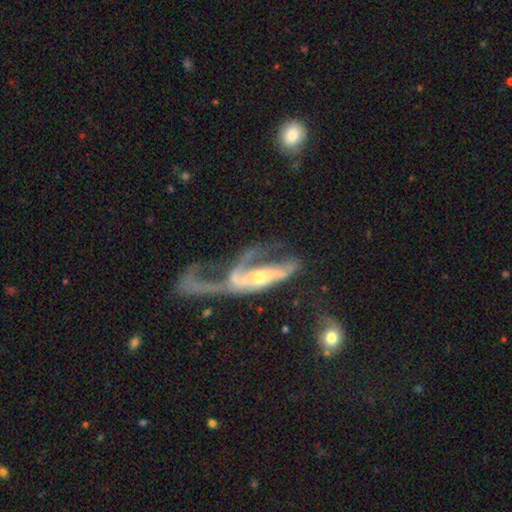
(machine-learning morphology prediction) A featured or disk galaxy (74%) with no bar (60%), spiral arms (67%) and a moderate central bulge (45%). Merging: major disturbance (53%).